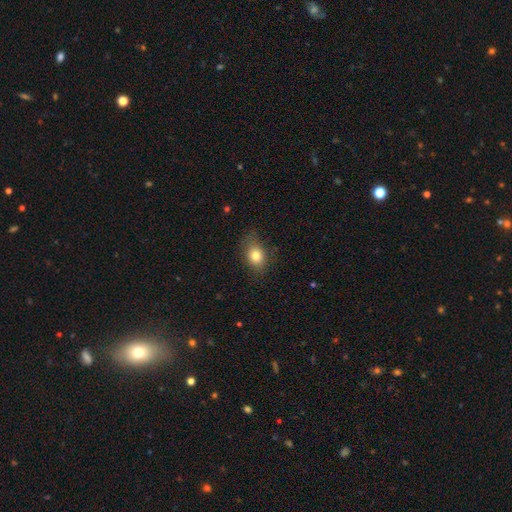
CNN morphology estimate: smooth-or-featured: smooth: 81% | featured or disk: 10% | star or artifact: 10%
  how-rounded: in between: 67% | round: 31% | cigar-shaped: 2%
  merging: none: 72% | minor disturbance: 21% | major disturbance: 6% | merger: 1%